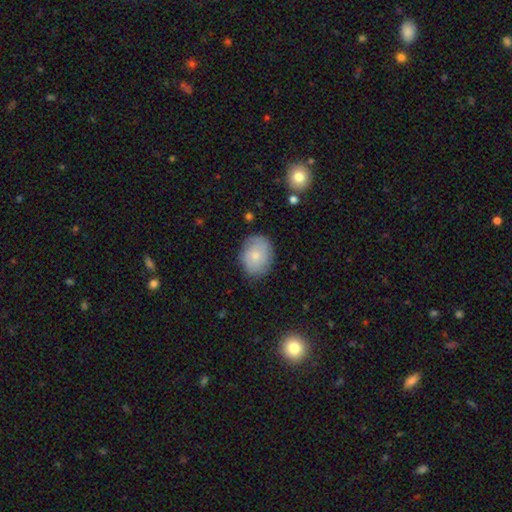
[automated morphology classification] Q: Smooth or featured?
A: smooth (67%); runner-up: featured or disk (26%)
Q: How rounded?
A: in between (55%); runner-up: round (44%)
Q: Merging?
A: none (77%); runner-up: minor disturbance (17%)